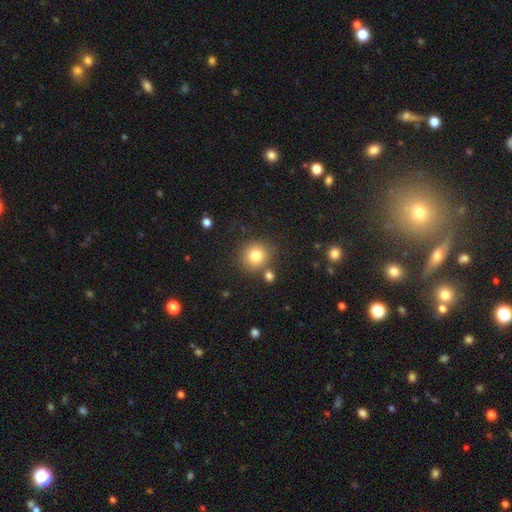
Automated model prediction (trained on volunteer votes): A smooth galaxy with no disk features (79%) that is round (88%). Merging: none (78%).